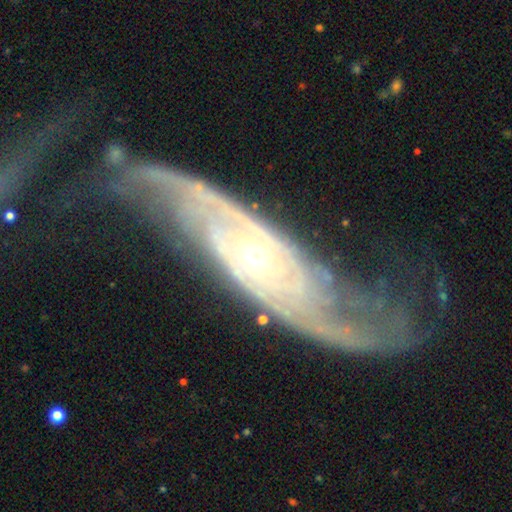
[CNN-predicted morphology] Q: Smooth or featured?
A: featured or disk (90%); runner-up: star or artifact (6%)
Q: Edge-on disk?
A: no (89%); runner-up: yes (11%)
Q: Bar?
A: no (68%); runner-up: weak (21%)
Q: Spiral arms?
A: yes (96%); runner-up: no (4%)
Q: Spiral winding?
A: medium (38%); runner-up: tight (34%)
Q: Spiral arm count?
A: 2 (69%); runner-up: can't tell (13%)
Q: Bulge size?
A: small (69%); runner-up: moderate (27%)
Q: Merging?
A: none (52%); runner-up: major disturbance (24%)